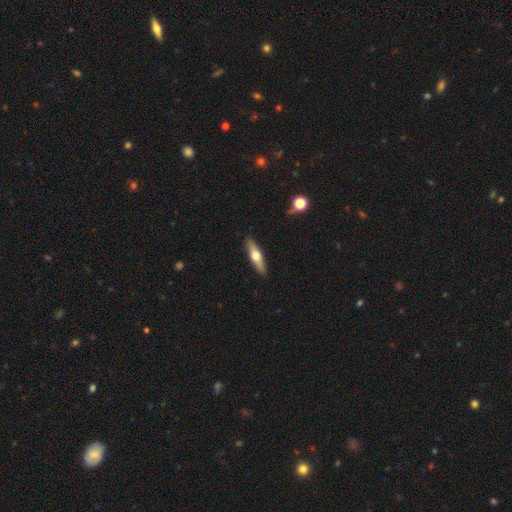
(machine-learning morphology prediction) Overall: featured or disk (48%; smooth 47%). Merging: none (89%).